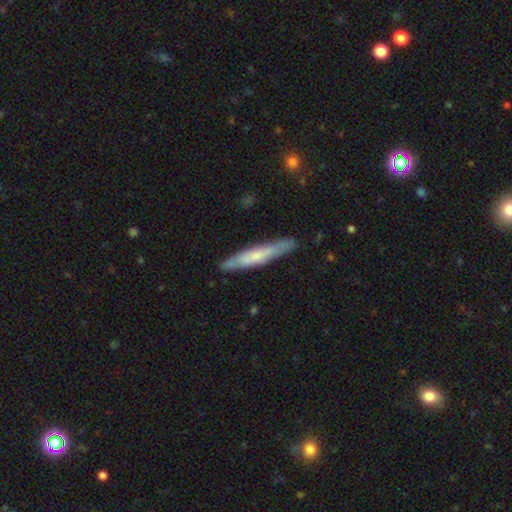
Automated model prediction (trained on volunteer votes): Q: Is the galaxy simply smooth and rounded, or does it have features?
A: smooth — 49%.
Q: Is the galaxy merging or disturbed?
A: none — 85%.